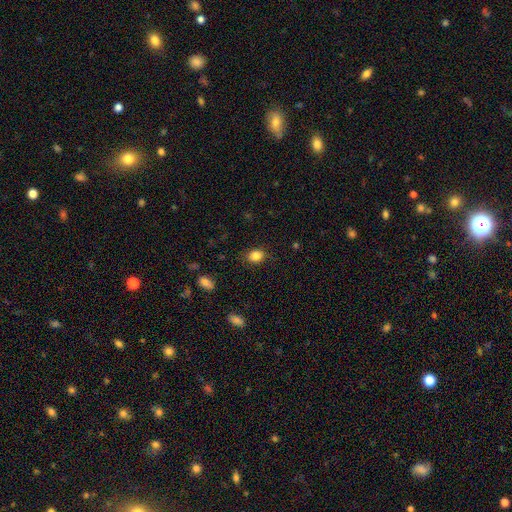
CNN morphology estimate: smooth-or-featured: smooth: 85% | star or artifact: 10% | featured or disk: 5%
  how-rounded: in between: 59% | round: 40% | cigar-shaped: 1%
  merging: none: 83% | minor disturbance: 13% | major disturbance: 3% | merger: 1%